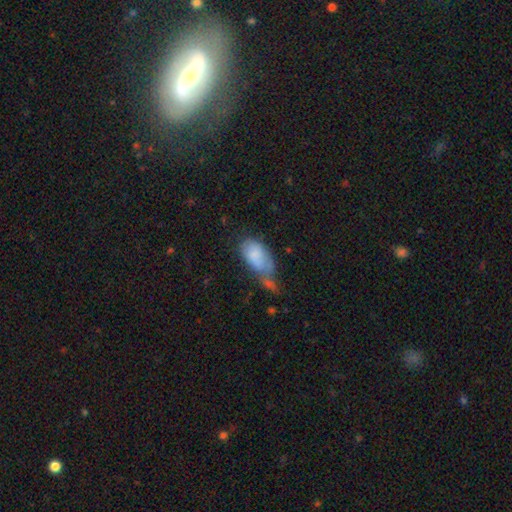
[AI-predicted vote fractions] smooth 75%, featured or disk 18%, star or artifact 8%. Down the decision tree: how rounded — in between (92%); merging — major disturbance (28%).